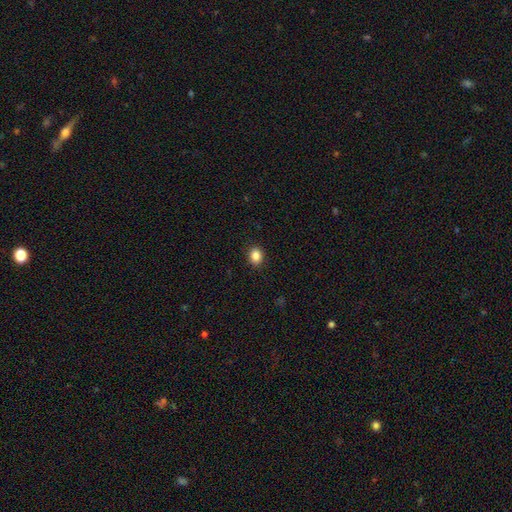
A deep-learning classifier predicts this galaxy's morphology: Smooth or featured: smooth — 86% (star or artifact — 10%)
How rounded: round — 55% (in between — 44%)
Merging: none — 91% (minor disturbance — 7%)